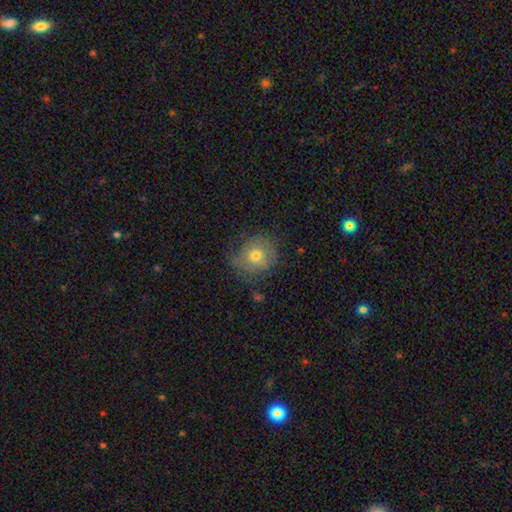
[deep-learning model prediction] The model was most divided on "merging": none: 62%, minor disturbance: 25%, major disturbance: 11%, merger: 2%. More confident: how rounded — round (78%); smooth or featured — smooth (64%).